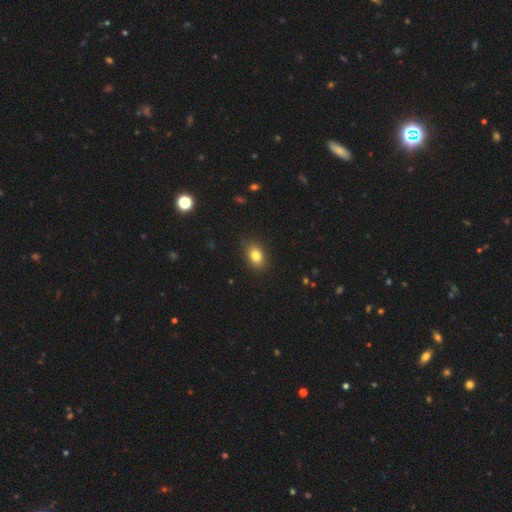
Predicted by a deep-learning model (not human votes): Smooth or featured? Predicted: smooth (p=0.81). How rounded? Predicted: in between (p=0.77). Merging? Predicted: none (p=0.85).